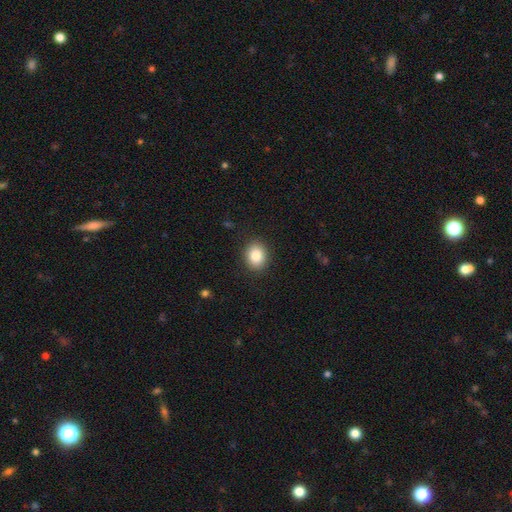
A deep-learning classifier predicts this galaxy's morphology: The model was most divided on "how rounded": round: 54%, in between: 45%, cigar-shaped: 1%. More confident: merging — none (89%); smooth or featured — smooth (85%).